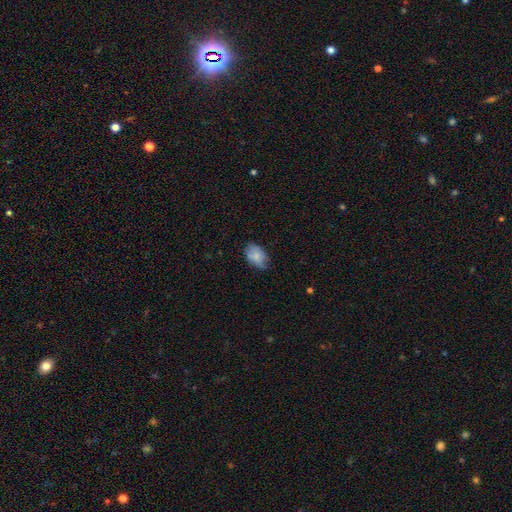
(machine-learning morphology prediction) Q: Smooth or featured?
A: smooth (74%); runner-up: featured or disk (18%)
Q: How rounded?
A: in between (89%); runner-up: round (10%)
Q: Merging?
A: none (57%); runner-up: minor disturbance (33%)